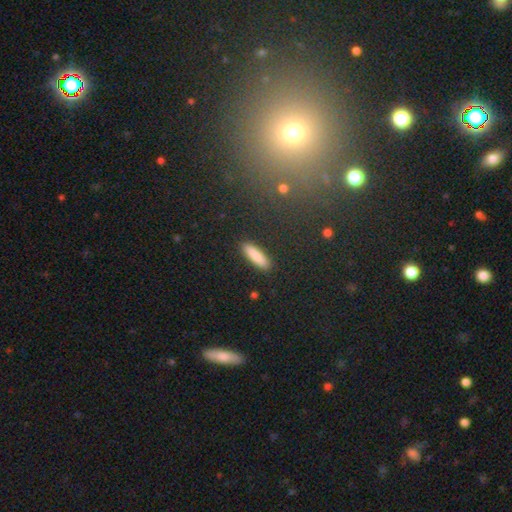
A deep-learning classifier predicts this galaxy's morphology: smooth-or-featured: smooth: 86% | featured or disk: 8% | star or artifact: 6%
  how-rounded: cigar-shaped: 68% | in between: 30% | round: 2%
  merging: none: 90% | minor disturbance: 7% | major disturbance: 2% | merger: 1%